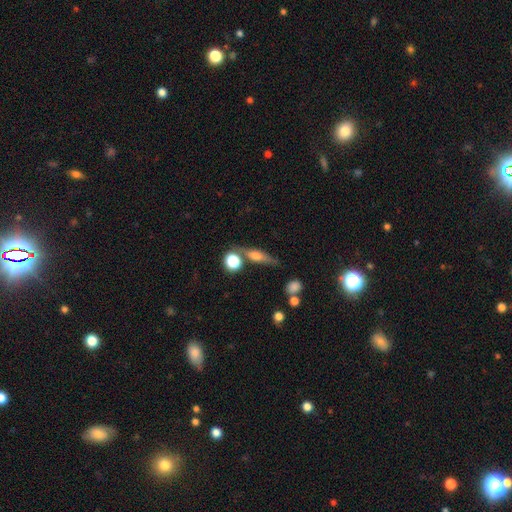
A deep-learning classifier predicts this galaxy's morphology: Smooth or featured?
  - featured or disk: 50% *
  - smooth: 40%
  - star or artifact: 10%
Edge-on disk?
  - yes: 89% *
  - no: 11%
Merging?
  - none: 68% *
  - minor disturbance: 15%
  - merger: 12%
  - major disturbance: 5%